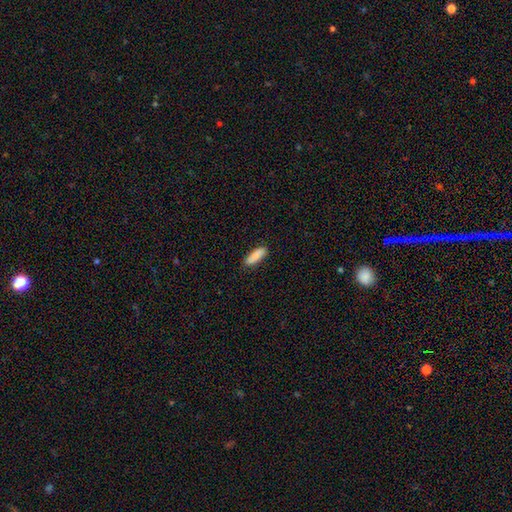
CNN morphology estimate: smooth_or_featured: smooth (p=0.87) [alt: featured or disk p=0.06]
how_rounded: cigar-shaped (p=0.55) [alt: in between p=0.44]
merging: none (p=0.85) [alt: minor disturbance p=0.12]